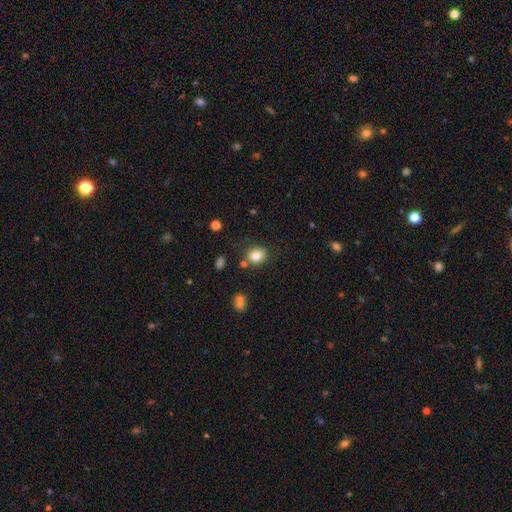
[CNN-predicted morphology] smooth 81%, star or artifact 11%, featured or disk 8%. Down the decision tree: how rounded — round (68%); merging — none (79%).